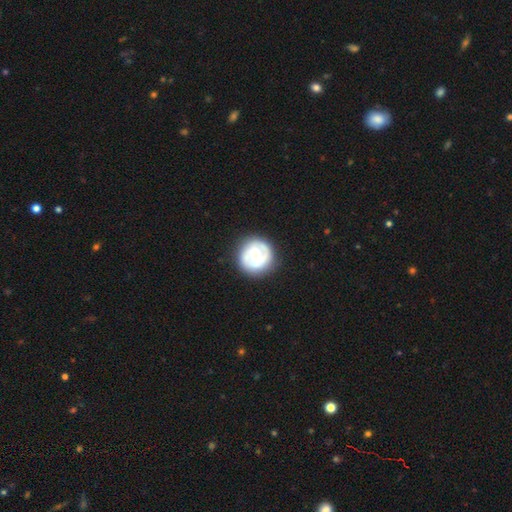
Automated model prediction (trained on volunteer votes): featured or disk 61%, smooth 34%, star or artifact 5%. Down the decision tree: edge-on disk — no (97%); bar — weak (41%); spiral arms — no (56%); bulge size — moderate (72%); merging — none (84%).